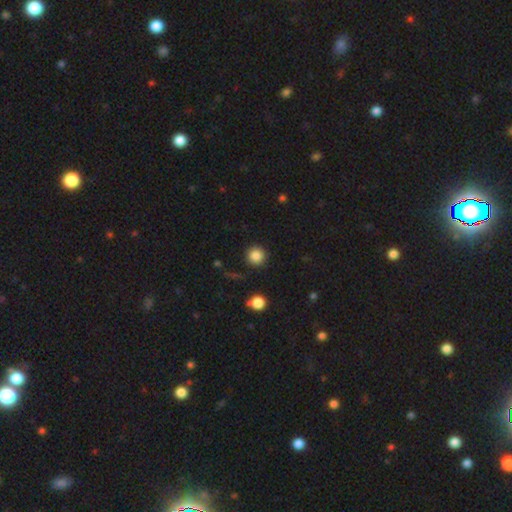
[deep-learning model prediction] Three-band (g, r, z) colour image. It shows a smooth galaxy with no disk features (85%) that is round (95%). Merging: none (90%).